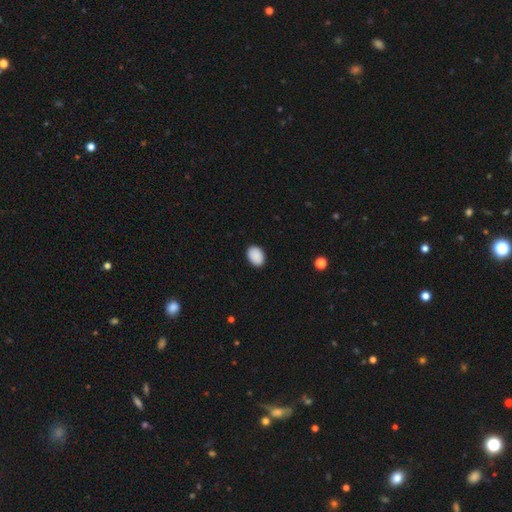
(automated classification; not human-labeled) smooth_or_featured: smooth (p=0.90) [alt: star or artifact p=0.07]
how_rounded: in between (p=0.77) [alt: round p=0.22]
merging: none (p=0.89) [alt: minor disturbance p=0.08]